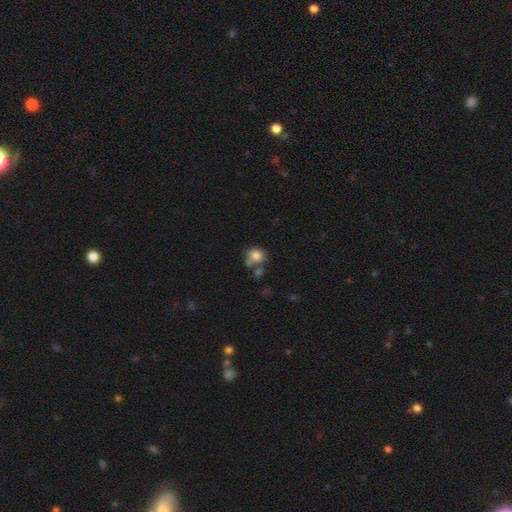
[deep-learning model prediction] The model was most divided on "merging": none: 49%, merger: 29%, minor disturbance: 15%, major disturbance: 7%. More confident: smooth or featured — smooth (80%); how rounded — round (75%).